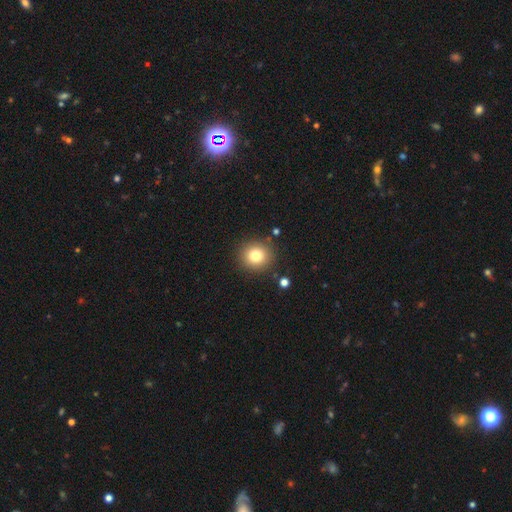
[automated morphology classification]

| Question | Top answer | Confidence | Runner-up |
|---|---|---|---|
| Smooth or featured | smooth | 80% | star or artifact (12%) |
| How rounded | round | 90% | in between (10%) |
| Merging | none | 88% | minor disturbance (7%) |